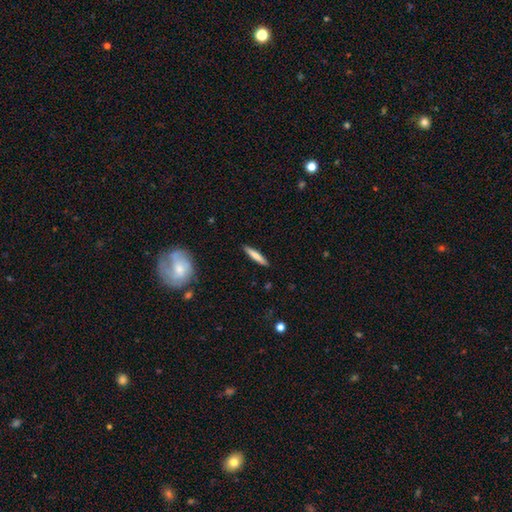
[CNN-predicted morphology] Q: Smooth or featured?
A: smooth (72%); runner-up: featured or disk (22%)
Q: How rounded?
A: cigar-shaped (90%); runner-up: in between (8%)
Q: Merging?
A: none (90%); runner-up: minor disturbance (7%)